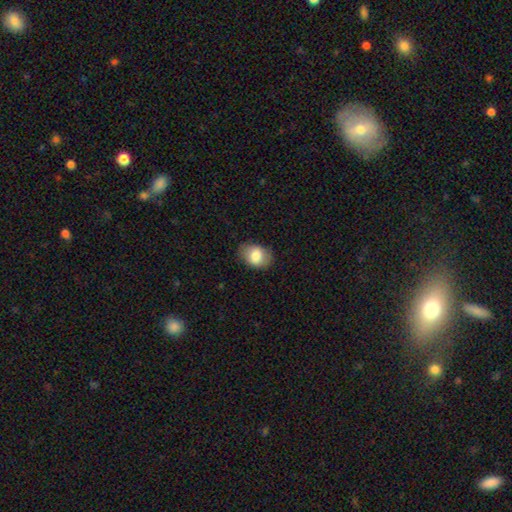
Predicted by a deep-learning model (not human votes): A smooth galaxy with no disk features (80%) that is in between round and cigar-shaped (76%).

Vote fractions:
- Smooth or featured? smooth: 80% / featured or disk: 13% / star or artifact: 7%
- How rounded? in between: 76% / round: 23% / cigar-shaped: 1%
- Merging? none: 81% / minor disturbance: 14% / major disturbance: 4% / merger: 1%